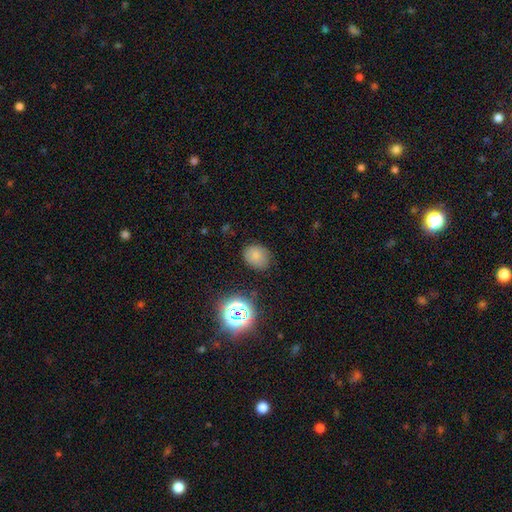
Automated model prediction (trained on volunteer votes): smooth-or-featured: smooth: 74% | star or artifact: 18% | featured or disk: 8%
  how-rounded: in between: 54% | round: 45% | cigar-shaped: 1%
  merging: none: 78% | minor disturbance: 16% | major disturbance: 4% | merger: 2%